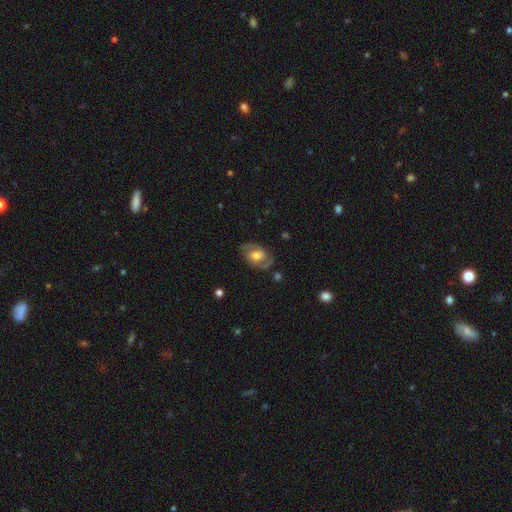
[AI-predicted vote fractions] featured or disk 76%, smooth 18%, star or artifact 6%. Down the decision tree: edge-on disk — no (97%); bar — no (53%); spiral arms — yes (88%); spiral arm count — 2 (89%); spiral winding — medium (53%); bulge size — moderate (61%); merging — none (77%).